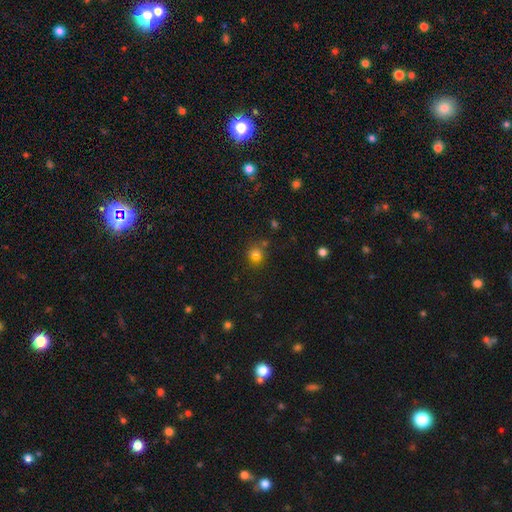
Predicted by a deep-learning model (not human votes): Smooth or featured: smooth — 73% (star or artifact — 18%)
How rounded: round — 80% (in between — 19%)
Merging: none — 71% (merger — 13%)